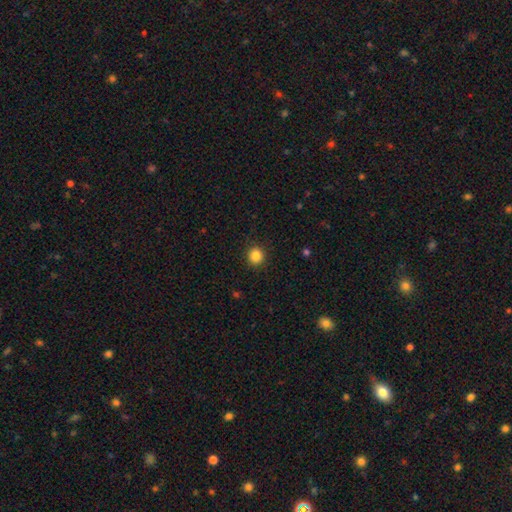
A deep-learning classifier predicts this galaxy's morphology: Smooth or featured? smooth (86%)
How rounded? round (89%)
Merging? none (91%)